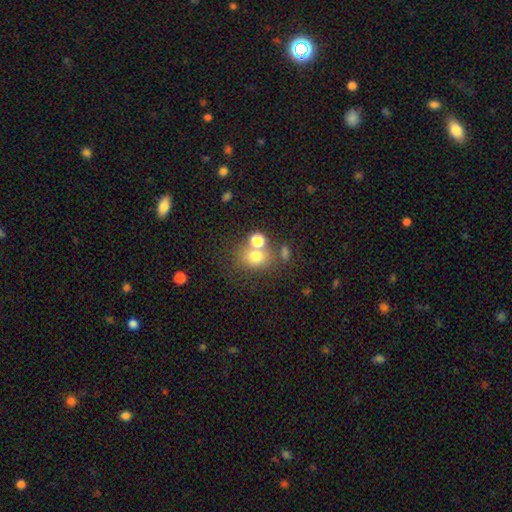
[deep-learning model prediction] smooth-or-featured: smooth: 72% | star or artifact: 15% | featured or disk: 13%
  how-rounded: round: 62% | in between: 37% | cigar-shaped: 1%
  merging: none: 51% | merger: 31% | minor disturbance: 11% | major disturbance: 7%